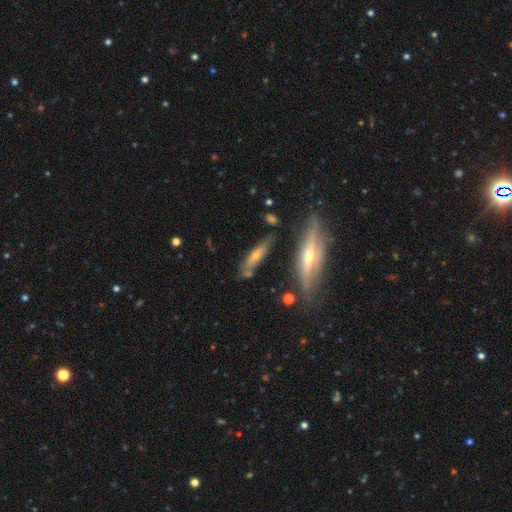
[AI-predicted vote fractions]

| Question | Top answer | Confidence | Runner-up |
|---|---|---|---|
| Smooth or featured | smooth | 47% | featured or disk (46%) |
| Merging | none | 67% | minor disturbance (19%) |